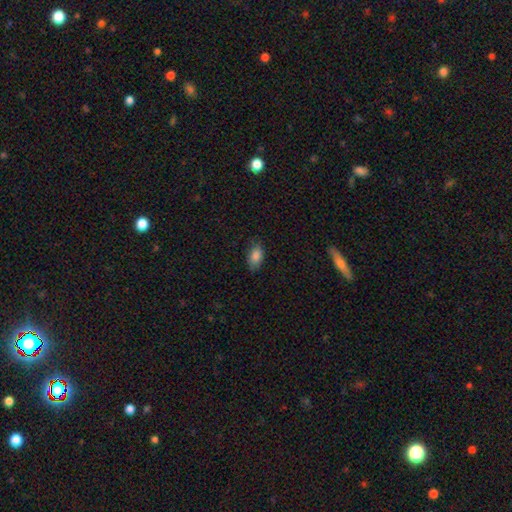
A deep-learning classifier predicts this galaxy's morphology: This appears to be a smooth galaxy with no disk features (86%) that is in between round and cigar-shaped (91%). Merging: none (79%).